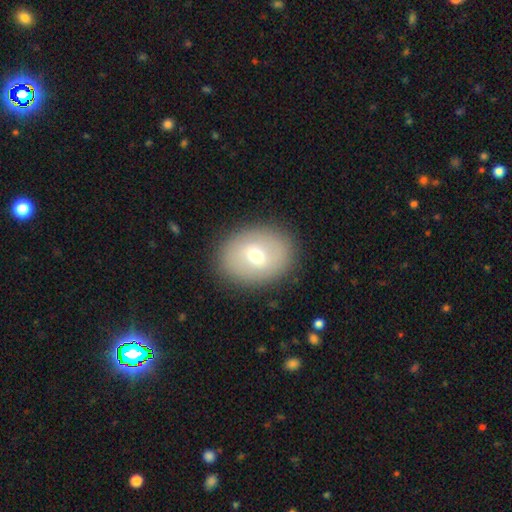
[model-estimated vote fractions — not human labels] This appears to be a smooth galaxy with no disk features (61%) that is in between round and cigar-shaped (59%). Merging: none (86%).